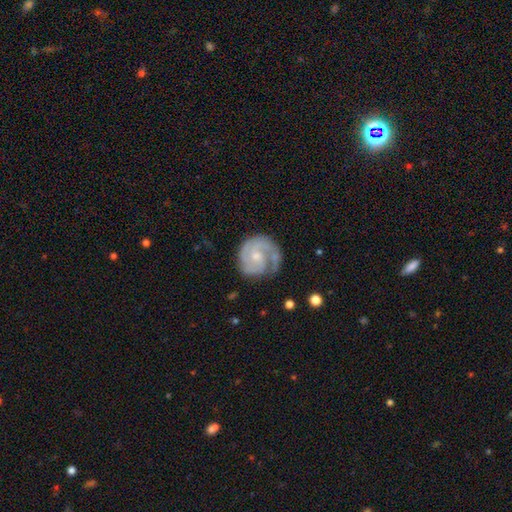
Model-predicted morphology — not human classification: Smooth or featured? Predicted: featured or disk (p=0.85). Edge-on disk? Predicted: no (p=0.98). Bar? Predicted: no (p=0.62). Spiral arms? Predicted: yes (p=0.97). Spiral winding? Predicted: tight (p=0.58). Spiral arm count? Predicted: 2 (p=0.52). Bulge size? Predicted: small (p=0.57). Merging? Predicted: none (p=0.67).